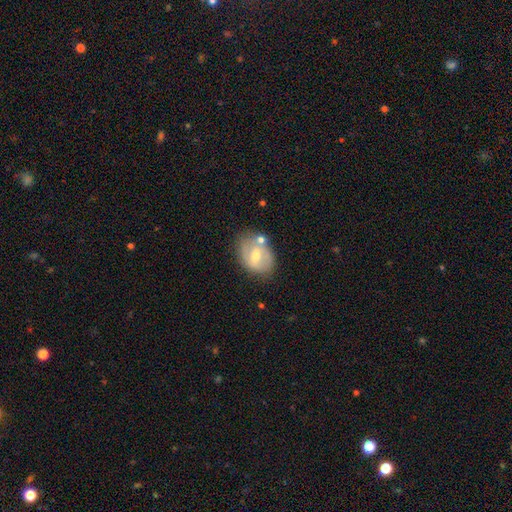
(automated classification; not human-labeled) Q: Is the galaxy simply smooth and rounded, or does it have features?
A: featured or disk — 50%.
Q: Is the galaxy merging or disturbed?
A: none — 63%.